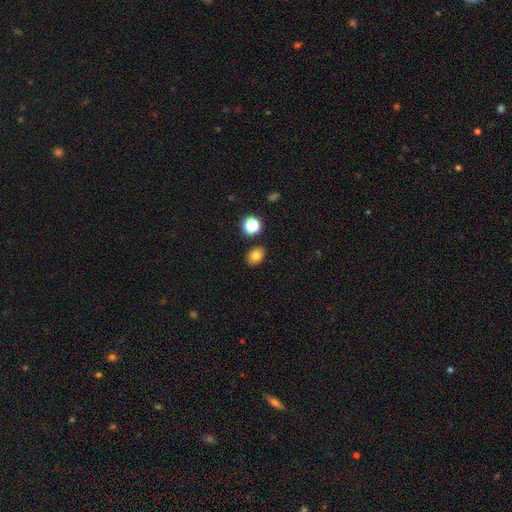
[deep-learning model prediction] Smooth or featured? smooth (79%)
How rounded? in between (64%)
Merging? none (86%)